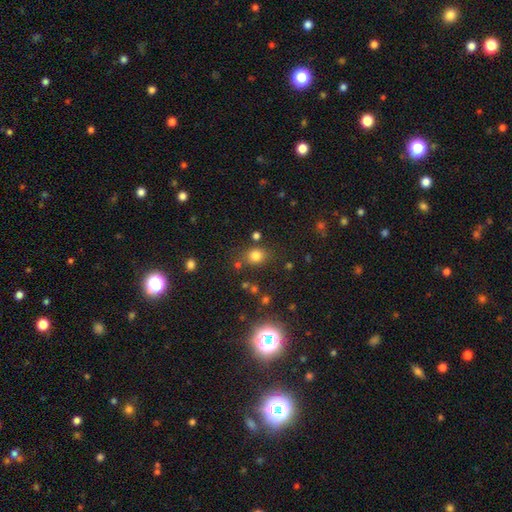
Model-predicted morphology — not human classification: A smooth galaxy with no disk features (77%) that is round (60%). Merging: none (75%).